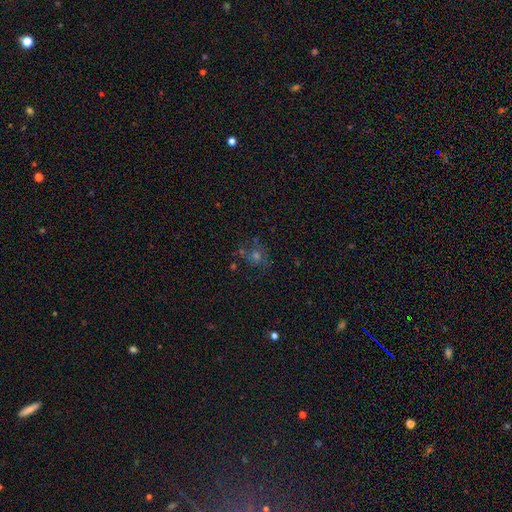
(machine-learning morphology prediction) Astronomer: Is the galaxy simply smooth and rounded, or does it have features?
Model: smooth — 36%, tied with star or artifact at 36%.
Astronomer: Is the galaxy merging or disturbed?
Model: none — 64%.